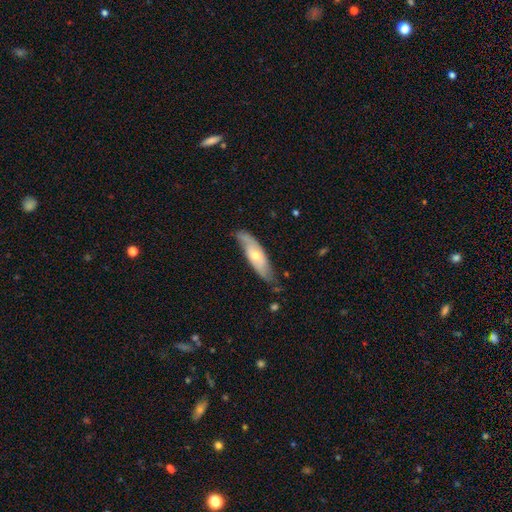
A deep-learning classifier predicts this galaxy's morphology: type=featured or disk (53%); edge-on=no (64%); merging=none (66%).